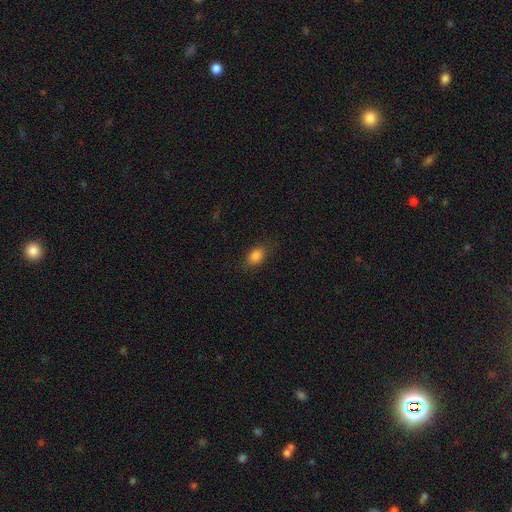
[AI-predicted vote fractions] Morphology: type=smooth (85%); roundness=in between (80%); merging=none (83%).